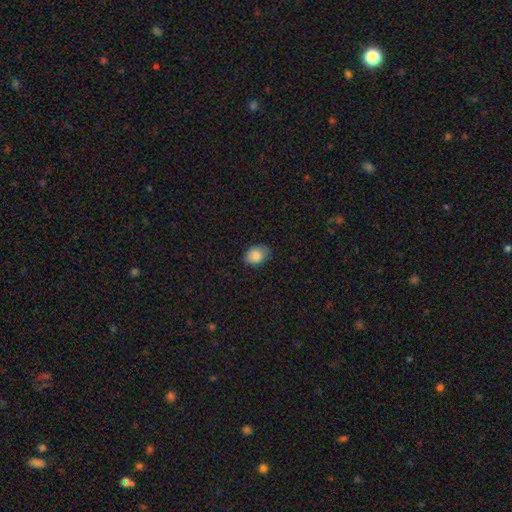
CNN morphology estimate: Smooth or featured?
  - smooth: 87% *
  - star or artifact: 8%
  - featured or disk: 5%
How rounded?
  - in between: 74% *
  - round: 25%
  - cigar-shaped: 1%
Merging?
  - none: 77% *
  - minor disturbance: 19%
  - major disturbance: 3%
  - merger: 1%